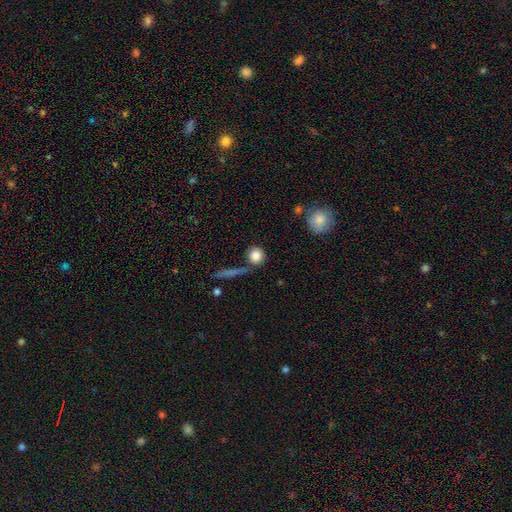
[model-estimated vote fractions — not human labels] smooth_or_featured: smooth (p=0.85) [alt: star or artifact p=0.09]
how_rounded: round (p=0.88) [alt: in between p=0.09]
merging: none (p=0.74) [alt: minor disturbance p=0.11]